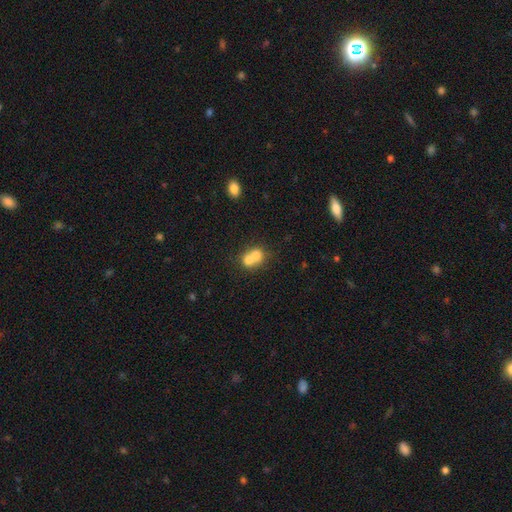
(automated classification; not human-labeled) A smooth galaxy with no disk features (69%) that is round (65%).

Vote fractions:
- Smooth or featured? smooth: 69% / featured or disk: 21% / star or artifact: 10%
- How rounded? round: 65% / in between: 33% / cigar-shaped: 1%
- Merging? merger: 70% / none: 22% / minor disturbance: 5% / major disturbance: 3%